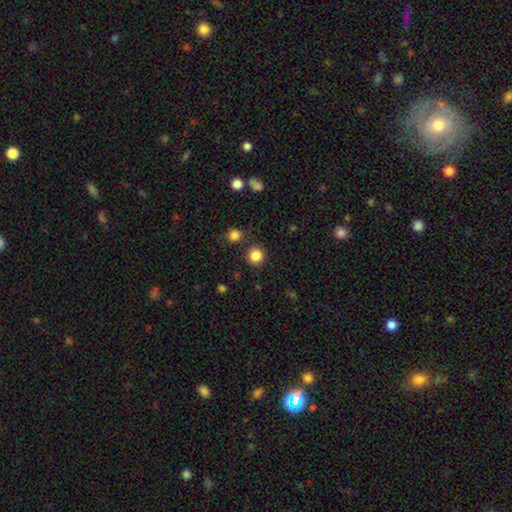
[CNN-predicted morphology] Smooth or featured? Predicted: smooth (p=0.85). How rounded? Predicted: round (p=0.92). Merging? Predicted: none (p=0.86).